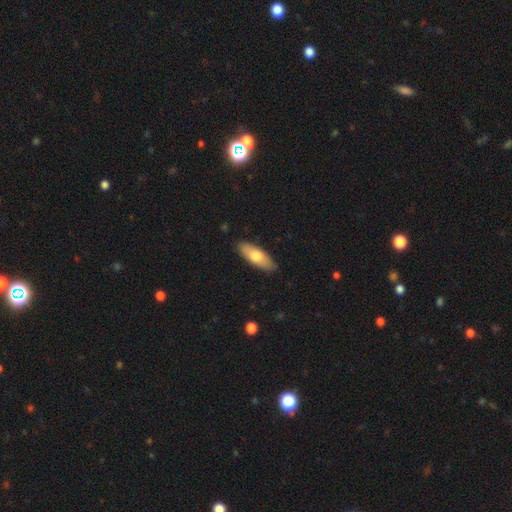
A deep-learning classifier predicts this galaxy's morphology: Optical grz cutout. It shows a smooth galaxy with no disk features (71%) that is in between round and cigar-shaped (66%). Merging: none (87%).